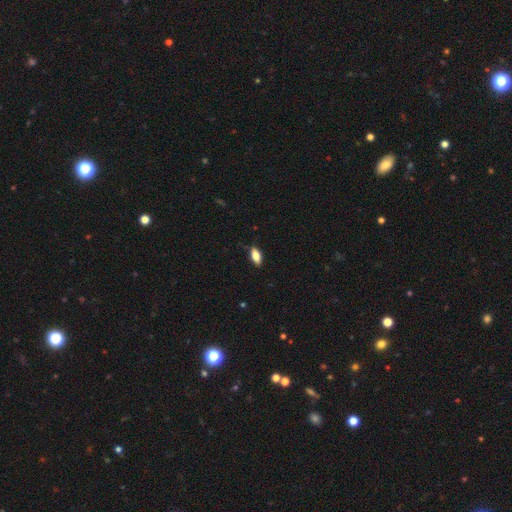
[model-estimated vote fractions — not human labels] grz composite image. It shows a smooth galaxy with no disk features (80%) that is in between round and cigar-shaped (84%). Merging: none (83%).